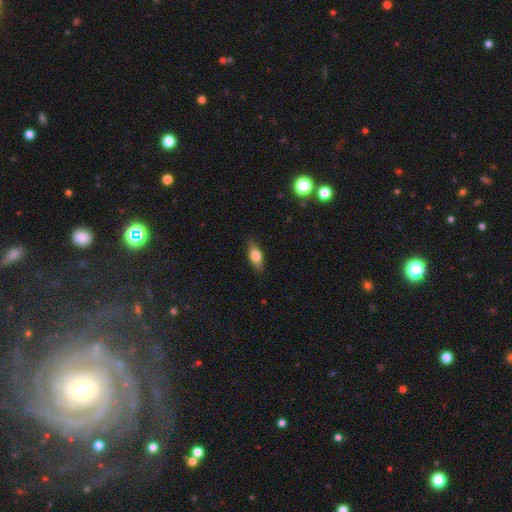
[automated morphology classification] type=smooth (75%); roundness=in between (80%); merging=none (84%).